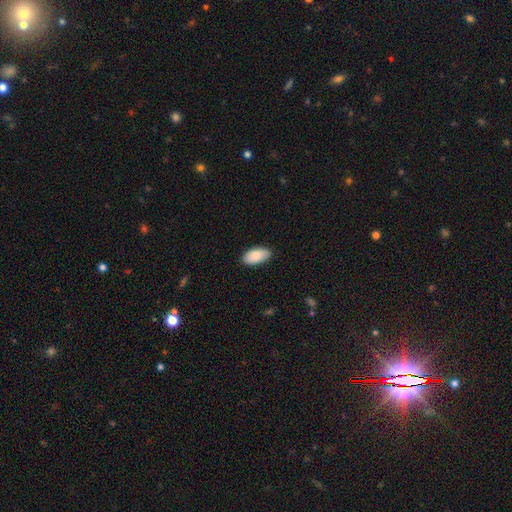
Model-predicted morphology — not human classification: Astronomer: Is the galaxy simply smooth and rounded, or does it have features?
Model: smooth — 87%.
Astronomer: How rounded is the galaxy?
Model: in between — 95%.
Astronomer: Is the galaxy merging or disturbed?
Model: none — 87%.